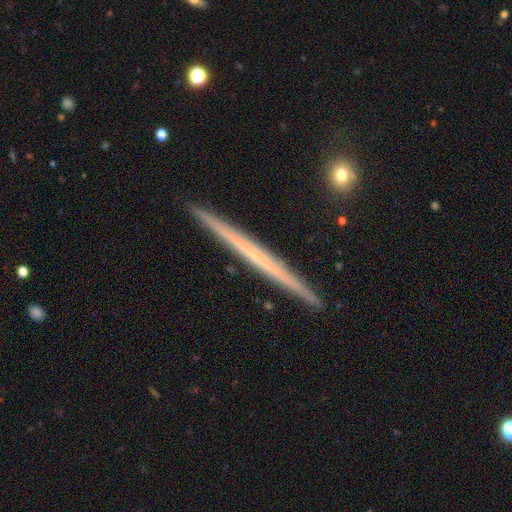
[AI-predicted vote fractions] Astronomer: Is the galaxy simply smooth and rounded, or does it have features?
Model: featured or disk — 61%.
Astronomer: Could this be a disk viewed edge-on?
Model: yes — 98%.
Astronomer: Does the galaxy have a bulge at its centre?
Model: none — 91%.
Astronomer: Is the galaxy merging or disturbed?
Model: none — 92%.